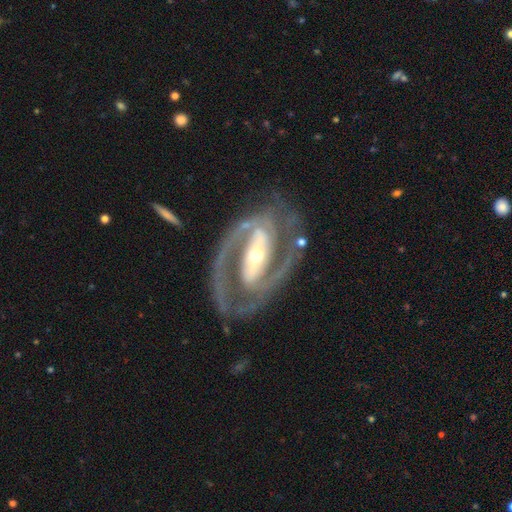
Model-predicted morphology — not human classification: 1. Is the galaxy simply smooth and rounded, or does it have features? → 92% featured or disk, 4% smooth, 4% star or artifact.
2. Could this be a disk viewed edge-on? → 96% no, 4% yes.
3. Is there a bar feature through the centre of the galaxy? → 64% strong, 22% weak, 14% no.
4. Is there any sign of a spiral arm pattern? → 95% yes, 5% no.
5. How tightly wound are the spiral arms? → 47% medium, 43% tight, 10% loose.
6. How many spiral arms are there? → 89% 2, 4% can't tell, 2% 1, 2% 3, 1% 4, 1% more than 4.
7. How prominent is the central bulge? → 48% moderate, 44% small, 6% large, 1% dominant, 1% none.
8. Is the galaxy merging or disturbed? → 76% none, 14% minor disturbance, 9% major disturbance, 2% merger.